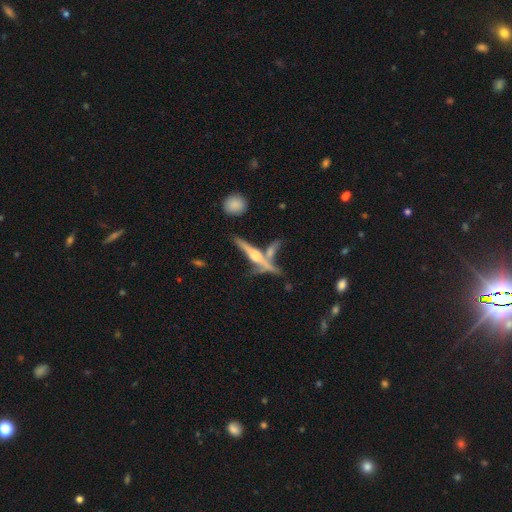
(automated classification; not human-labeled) Morphology: type=featured or disk (73%); edge-on=yes (95%); edge-on bulge=rounded (84%); merging=none (59%).